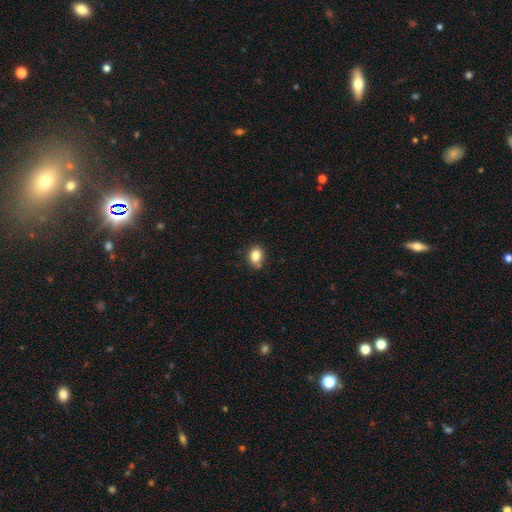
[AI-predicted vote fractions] A smooth galaxy with no disk features (83%) that is in between round and cigar-shaped (60%). Merging: none (70%).